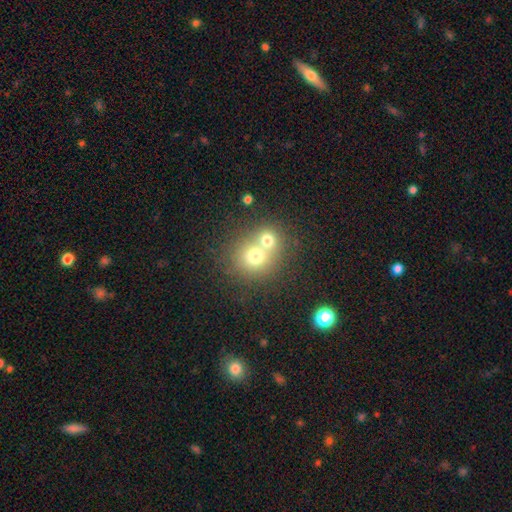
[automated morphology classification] smooth-or-featured: smooth: 69% | featured or disk: 18% | star or artifact: 13%
  how-rounded: round: 80% | in between: 19% | cigar-shaped: 1%
  merging: merger: 61% | none: 31% | minor disturbance: 5% | major disturbance: 3%